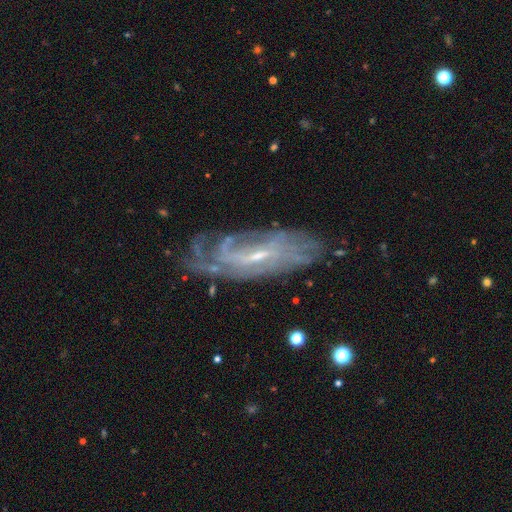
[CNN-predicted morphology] Smooth or featured: featured or disk — 83% (smooth — 9%)
Edge-on disk: no — 87% (yes — 13%)
Bar: weak — 48% (no — 31%)
Spiral arms: yes — 92% (no — 8%)
Spiral winding: tight — 55% (medium — 33%)
Spiral arm count: can't tell — 46% (2 — 17%)
Bulge size: small — 71% (moderate — 23%)
Merging: none — 66% (minor disturbance — 21%)